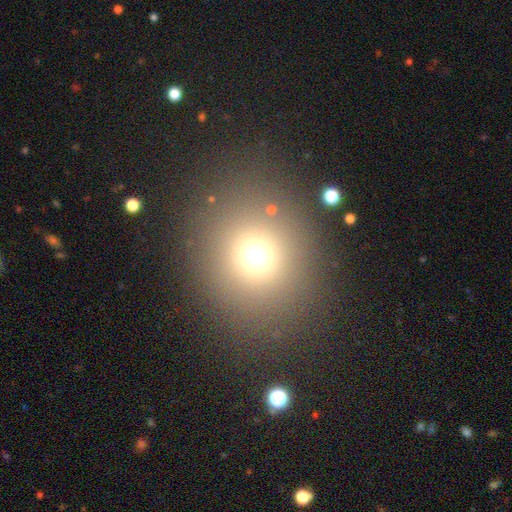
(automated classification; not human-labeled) smooth 68%, star or artifact 25%, featured or disk 8%. Down the decision tree: how rounded — round (91%); merging — none (86%).